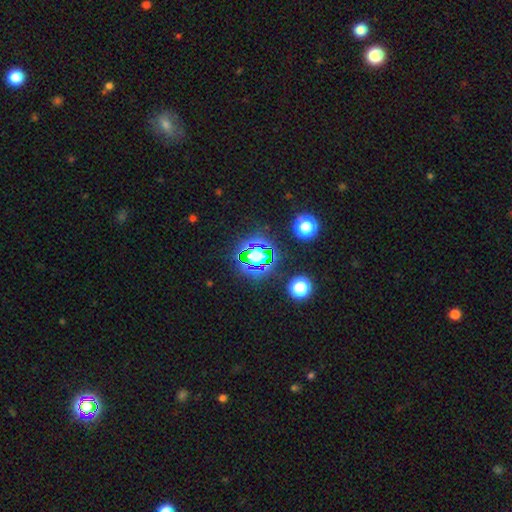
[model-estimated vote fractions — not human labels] This is likely a star or artifact rather than a galaxy (65%).